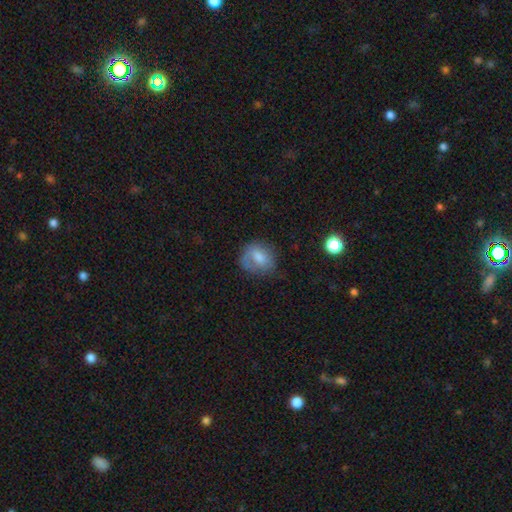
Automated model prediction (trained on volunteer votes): A smooth galaxy with no disk features (70%) that is round (59%).

Vote fractions:
- Smooth or featured? smooth: 70% / featured or disk: 20% / star or artifact: 10%
- How rounded? round: 59% / in between: 39% / cigar-shaped: 1%
- Merging? none: 57% / minor disturbance: 27% / major disturbance: 14% / merger: 2%